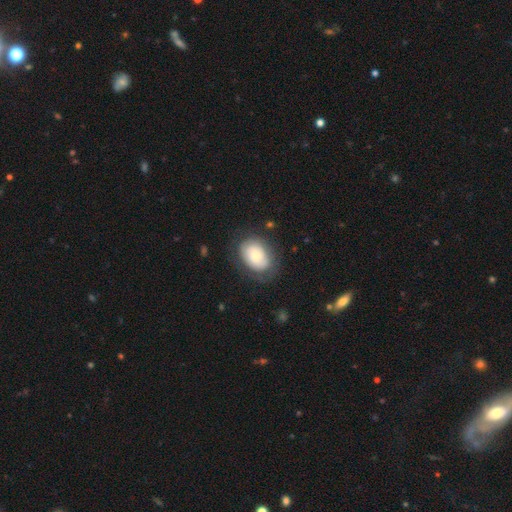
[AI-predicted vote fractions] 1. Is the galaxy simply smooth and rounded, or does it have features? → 72% smooth, 21% featured or disk, 7% star or artifact.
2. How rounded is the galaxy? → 76% in between, 23% round, 1% cigar-shaped.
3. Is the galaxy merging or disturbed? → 69% none, 20% minor disturbance, 10% major disturbance, 1% merger.